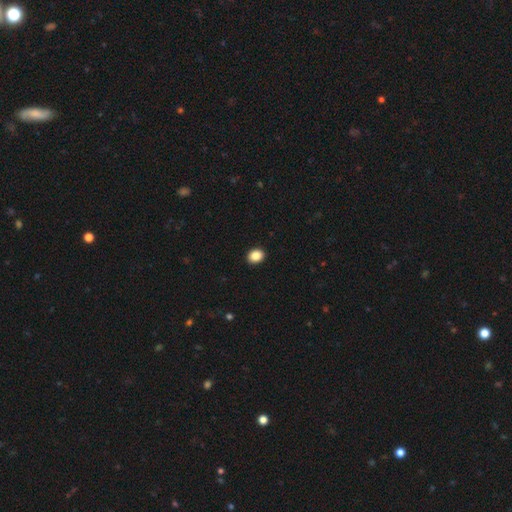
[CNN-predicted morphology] smooth-or-featured: smooth: 87% | star or artifact: 9% | featured or disk: 4%
  how-rounded: round: 51% | in between: 48% | cigar-shaped: 1%
  merging: none: 92% | minor disturbance: 5% | major disturbance: 2% | merger: 1%